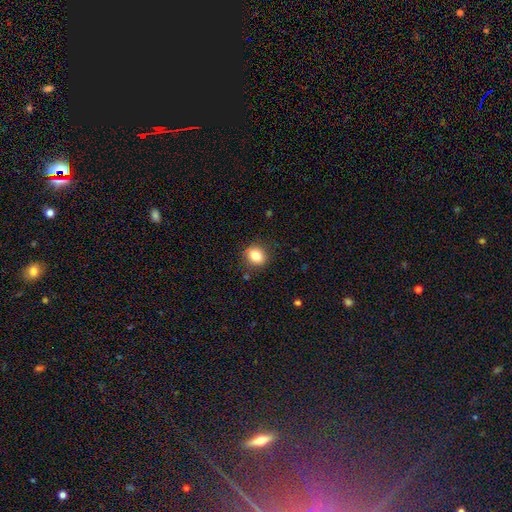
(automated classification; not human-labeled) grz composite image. It shows a smooth galaxy with no disk features (83%) that is round (68%). Merging: none (85%).